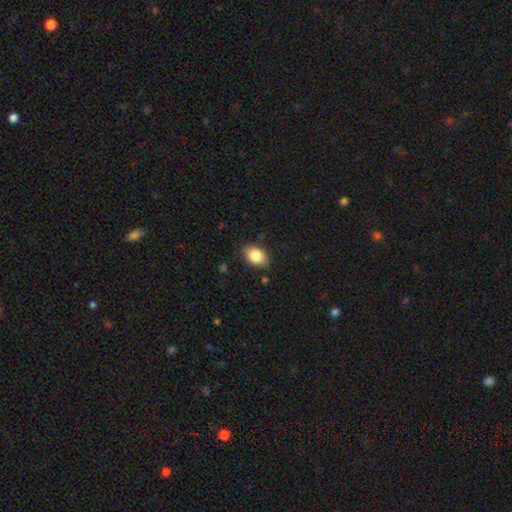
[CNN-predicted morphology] Q: Smooth or featured?
A: smooth (87%); runner-up: star or artifact (7%)
Q: How rounded?
A: in between (84%); runner-up: round (15%)
Q: Merging?
A: none (83%); runner-up: minor disturbance (13%)